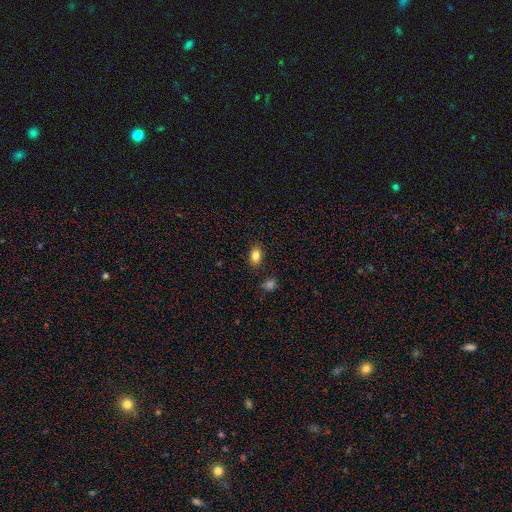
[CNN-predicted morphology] Smooth or featured?
  - smooth: 82% *
  - star or artifact: 10%
  - featured or disk: 8%
How rounded?
  - in between: 77% *
  - round: 22%
  - cigar-shaped: 1%
Merging?
  - none: 85% *
  - minor disturbance: 10%
  - merger: 3%
  - major disturbance: 2%